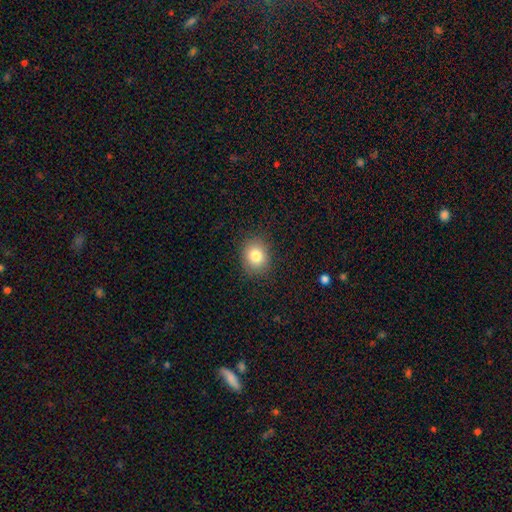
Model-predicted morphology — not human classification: Smooth or featured? Predicted: smooth (p=0.82). How rounded? Predicted: round (p=0.67). Merging? Predicted: none (p=0.87).